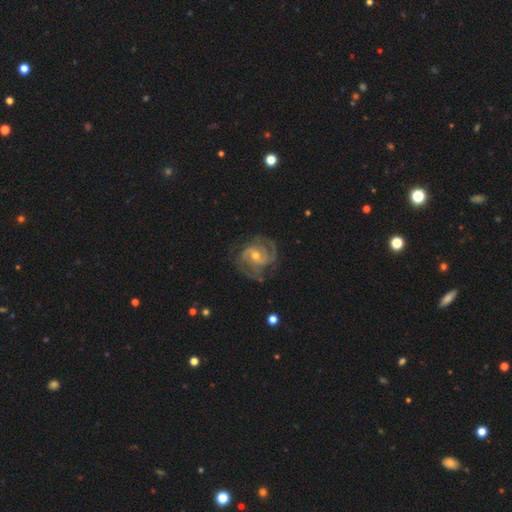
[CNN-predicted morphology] smooth-or-featured: featured or disk: 88% | smooth: 6% | star or artifact: 6%
  disk-edge-on: no: 98% | yes: 2%
    bar: no: 45% | weak: 41% | strong: 13%
    has-spiral-arms: yes: 97% | no: 3%
      spiral-winding: tight: 48% | medium: 42% | loose: 10%
      spiral-arm-count: 2: 48% | 3: 24% | can't tell: 15% | 4: 5% | 1: 4% | more than 4: 4%
    bulge-size: moderate: 51% | small: 45% | large: 2% | none: 1% | dominant: 1%
  merging: none: 72% | minor disturbance: 18% | major disturbance: 9% | merger: 1%